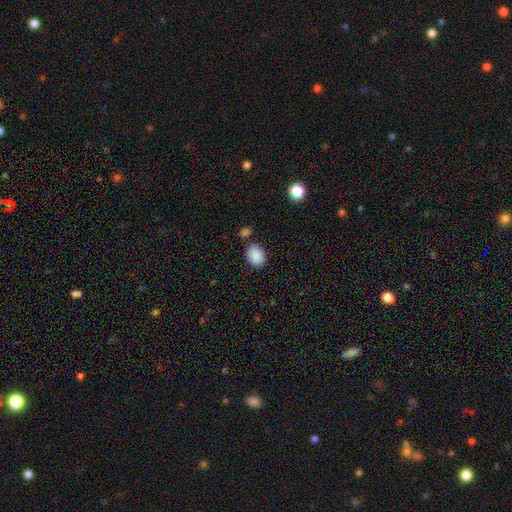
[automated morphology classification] This is clearly a smooth galaxy (88%). How rounded: likely in between (70%). Merging: clearly none (80%).